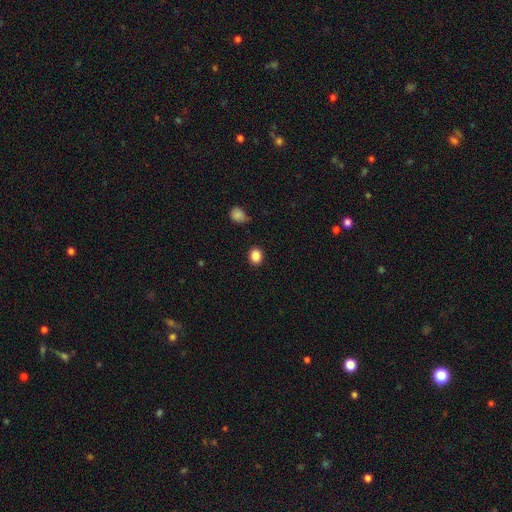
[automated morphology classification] smooth_or_featured: smooth (p=0.87) [alt: star or artifact p=0.09]
how_rounded: round (p=0.53) [alt: in between p=0.46]
merging: none (p=0.86) [alt: minor disturbance p=0.09]